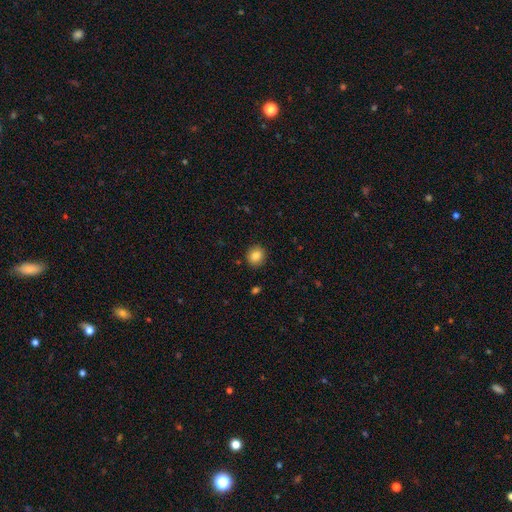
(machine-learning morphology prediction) Smooth or featured: smooth — 85% (star or artifact — 9%)
How rounded: round — 82% (in between — 17%)
Merging: none — 90% (minor disturbance — 7%)